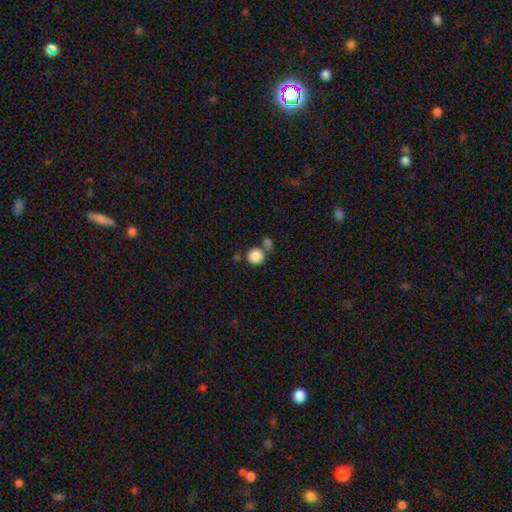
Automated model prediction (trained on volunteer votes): Q: Smooth or featured?
A: smooth (86%); runner-up: star or artifact (9%)
Q: How rounded?
A: round (91%); runner-up: in between (8%)
Q: Merging?
A: none (61%); runner-up: merger (26%)